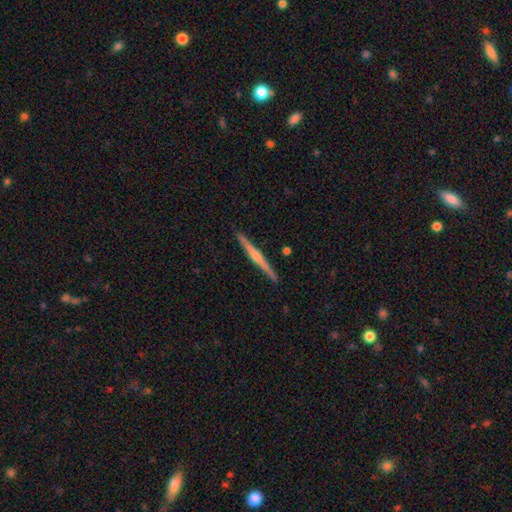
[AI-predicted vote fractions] Overall: featured or disk (78%). Edge-on disk: yes (98%). Edge-on bulge: rounded (83%). Merging: none (92%).